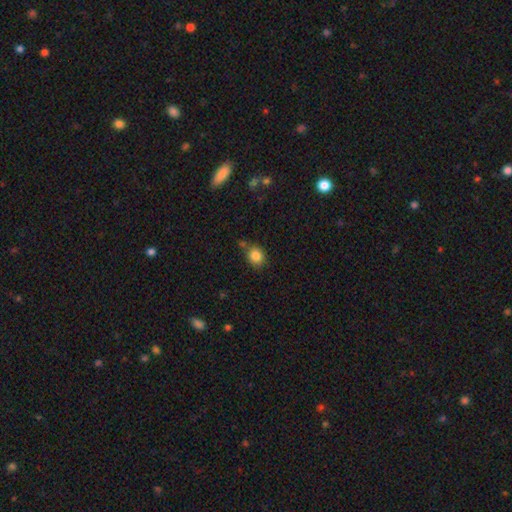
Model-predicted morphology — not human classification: Smooth or featured?
  - smooth: 85% *
  - star or artifact: 10%
  - featured or disk: 5%
How rounded?
  - round: 66% *
  - in between: 33%
  - cigar-shaped: 1%
Merging?
  - none: 72% *
  - minor disturbance: 15%
  - merger: 10%
  - major disturbance: 4%